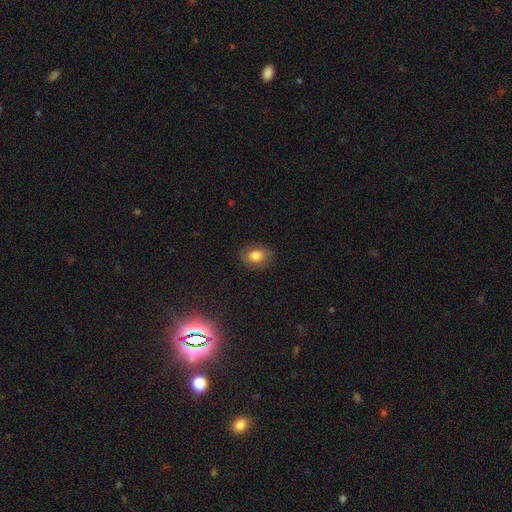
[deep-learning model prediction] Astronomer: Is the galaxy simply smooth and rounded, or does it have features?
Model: smooth — 75%.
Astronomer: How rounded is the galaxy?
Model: in between — 58% (runner-up: round, 40%).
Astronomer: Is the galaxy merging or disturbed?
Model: none — 82%.